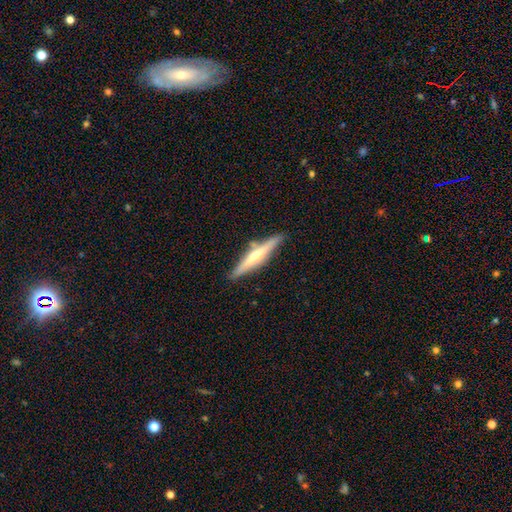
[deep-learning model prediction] smooth_or_featured: featured or disk (p=0.59) [alt: smooth p=0.35]
disk_edge_on: yes (p=0.96) [alt: no p=0.04]
edge_on_bulge: rounded (p=0.70) [alt: none p=0.20]
merging: none (p=0.83) [alt: minor disturbance p=0.11]